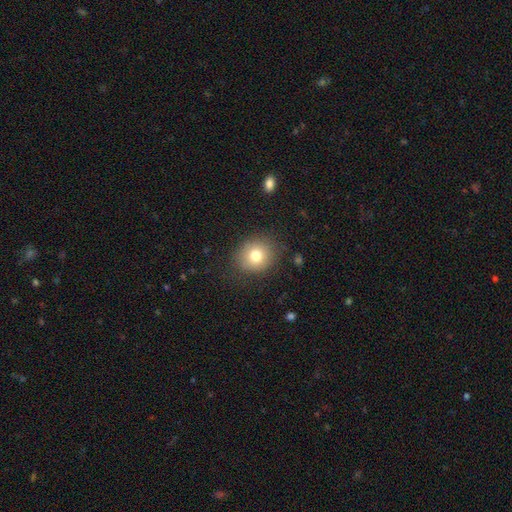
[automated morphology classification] Q: Smooth or featured?
A: smooth (77%); runner-up: featured or disk (12%)
Q: How rounded?
A: round (75%); runner-up: in between (24%)
Q: Merging?
A: none (83%); runner-up: minor disturbance (12%)